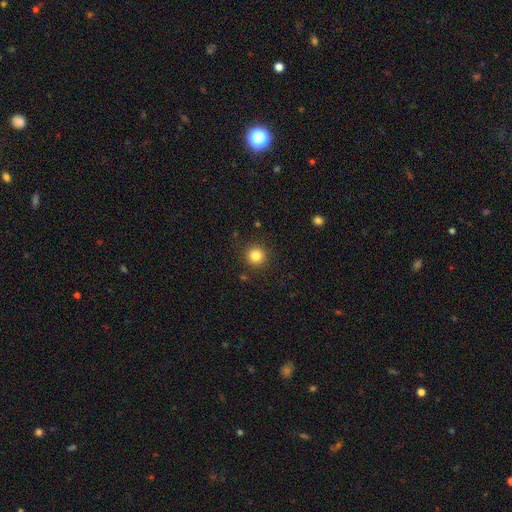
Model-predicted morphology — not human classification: A smooth galaxy with no disk features (83%) that is round (95%).

Vote fractions:
- Smooth or featured? smooth: 83% / star or artifact: 11% / featured or disk: 5%
- How rounded? round: 95% / in between: 4% / cigar-shaped: 1%
- Merging? none: 91% / minor disturbance: 6% / major disturbance: 2% / merger: 1%